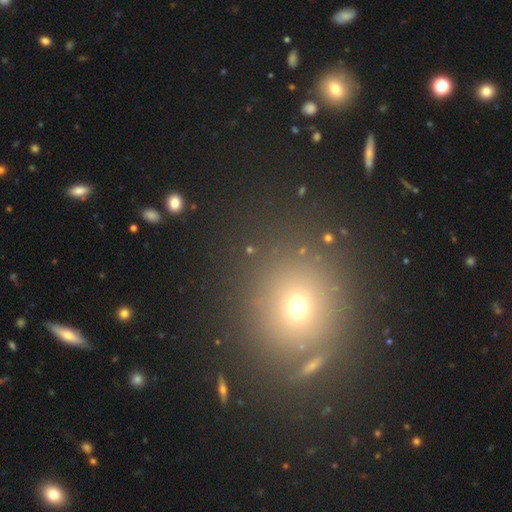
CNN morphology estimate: smooth 59%, star or artifact 31%, featured or disk 10%. Down the decision tree: how rounded — round (80%); merging — none (85%).